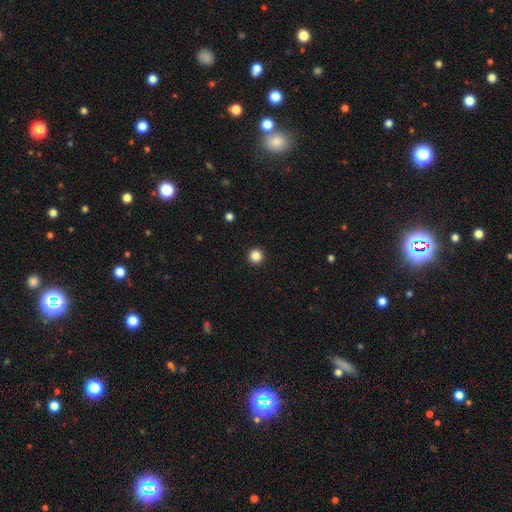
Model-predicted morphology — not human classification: A smooth galaxy with no disk features (85%) that is round (96%). Merging: none (94%).